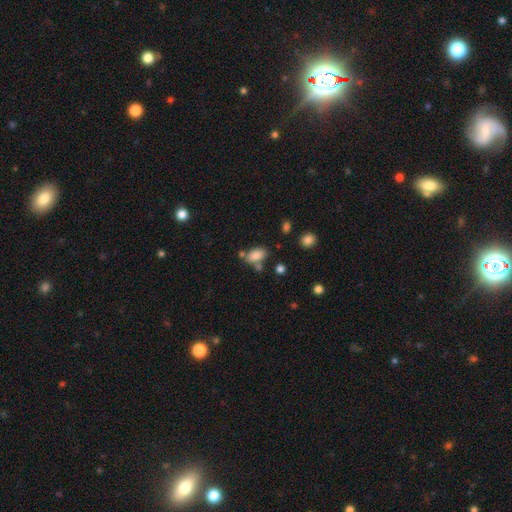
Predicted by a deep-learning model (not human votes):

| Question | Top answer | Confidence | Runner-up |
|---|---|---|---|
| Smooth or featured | smooth | 82% | star or artifact (10%) |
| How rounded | in between | 89% | round (8%) |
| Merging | none | 58% | merger (20%) |